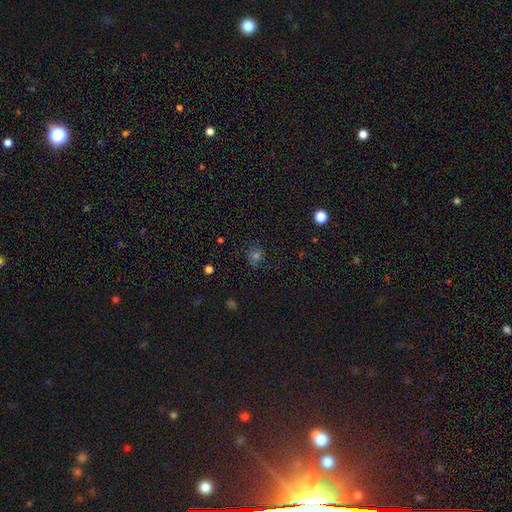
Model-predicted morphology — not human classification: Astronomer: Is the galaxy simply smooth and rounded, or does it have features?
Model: smooth — 49% (runner-up: star or artifact, 33%).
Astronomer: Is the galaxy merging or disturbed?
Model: none — 76%.